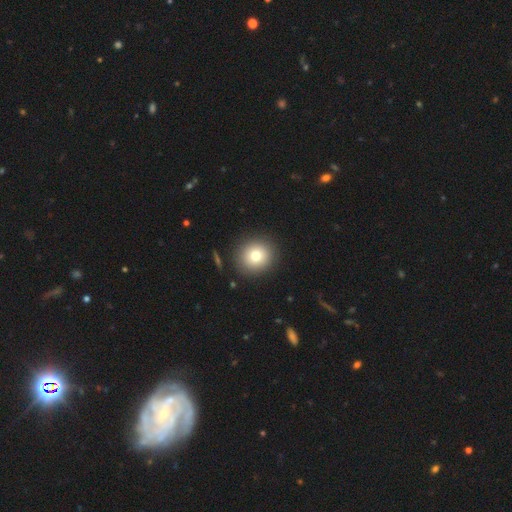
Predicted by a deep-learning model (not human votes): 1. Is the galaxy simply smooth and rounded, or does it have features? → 77% smooth, 12% star or artifact, 11% featured or disk.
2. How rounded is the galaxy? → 89% round, 10% in between, 1% cigar-shaped.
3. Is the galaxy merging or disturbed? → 90% none, 6% minor disturbance, 2% major disturbance, 2% merger.